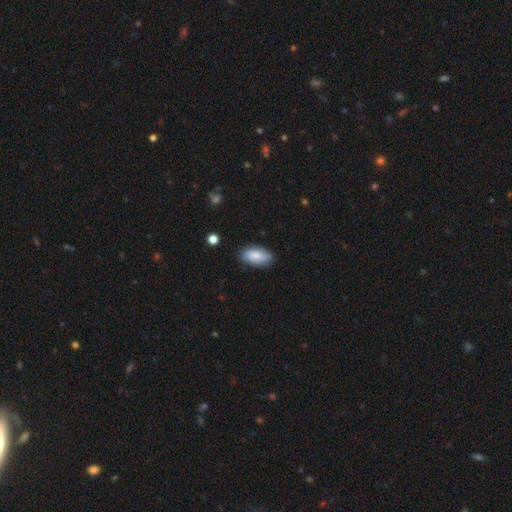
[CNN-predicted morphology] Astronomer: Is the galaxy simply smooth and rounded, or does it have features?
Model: smooth — 82%.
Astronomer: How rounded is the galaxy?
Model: in between — 92%.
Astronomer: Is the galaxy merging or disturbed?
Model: none — 78%.